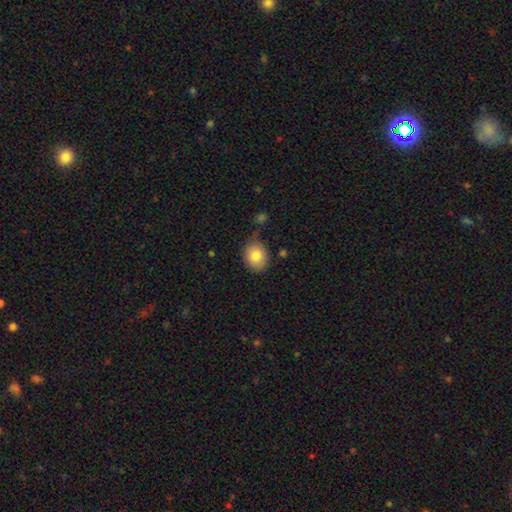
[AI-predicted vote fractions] A smooth galaxy with no disk features (83%) that is round (59%). Merging: none (73%).